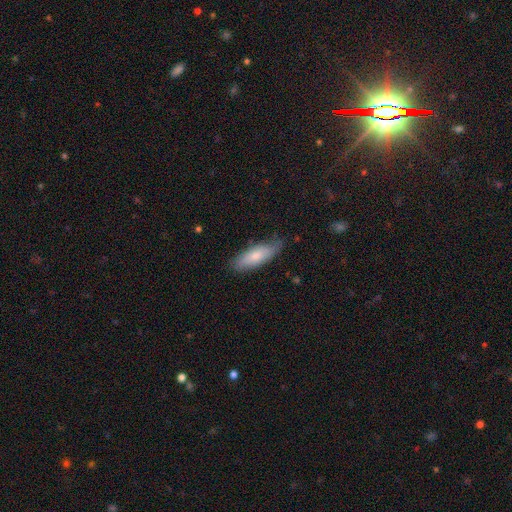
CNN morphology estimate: smooth 74%, featured or disk 20%, star or artifact 6%. Down the decision tree: how rounded — in between (60%); merging — none (75%).